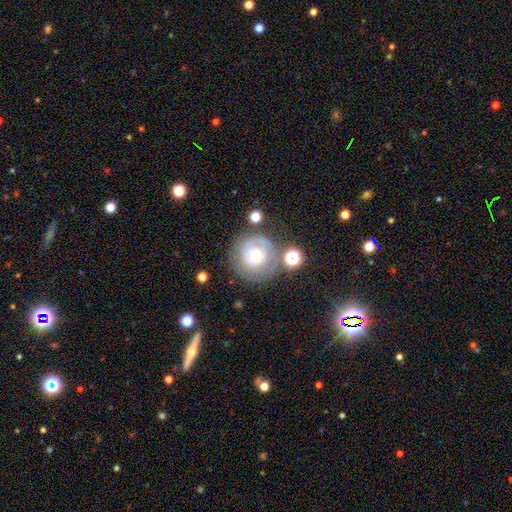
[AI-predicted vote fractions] featured or disk 49%, smooth 41%, star or artifact 10%. Down the decision tree: merging — none (67%).